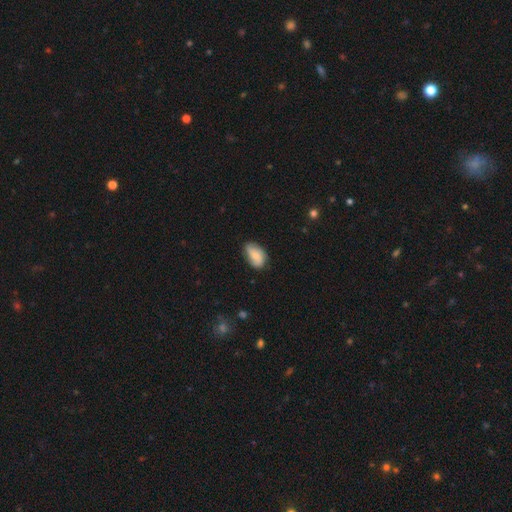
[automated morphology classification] This is likely a smooth galaxy (64%). How rounded: clearly in between (90%). Merging: likely none (66%).